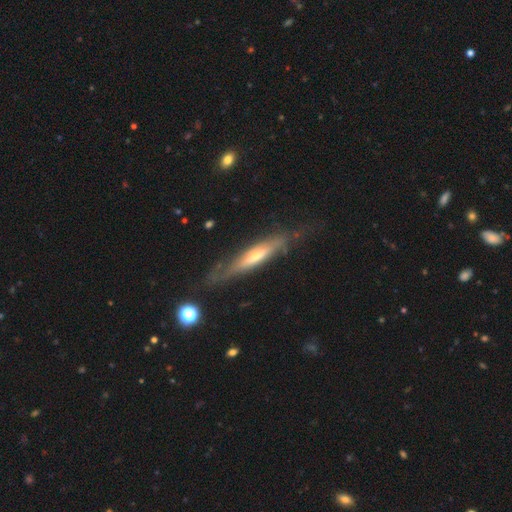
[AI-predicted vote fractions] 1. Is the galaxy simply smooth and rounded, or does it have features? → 63% featured or disk, 31% smooth, 6% star or artifact.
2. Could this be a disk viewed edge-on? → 78% yes, 22% no.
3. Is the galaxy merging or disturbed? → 69% none, 20% minor disturbance, 8% major disturbance, 2% merger.